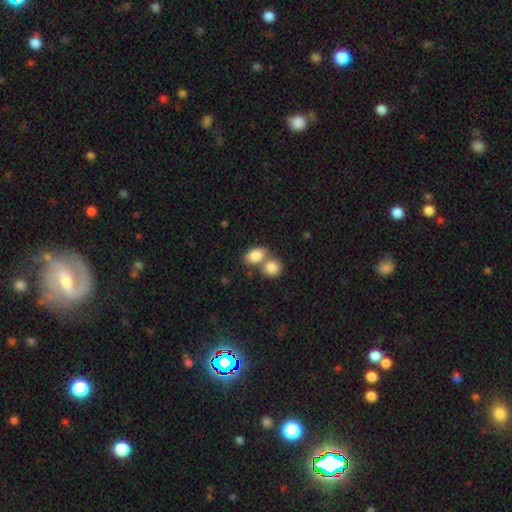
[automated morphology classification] A smooth galaxy with no disk features (85%) that is in between round and cigar-shaped (76%). Merging: merger (54%).